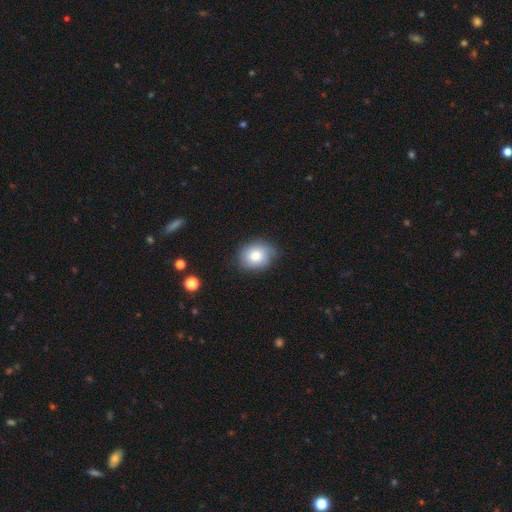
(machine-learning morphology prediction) This appears to be a smooth galaxy with no disk features (79%) that is round (50%). Merging: none (74%).